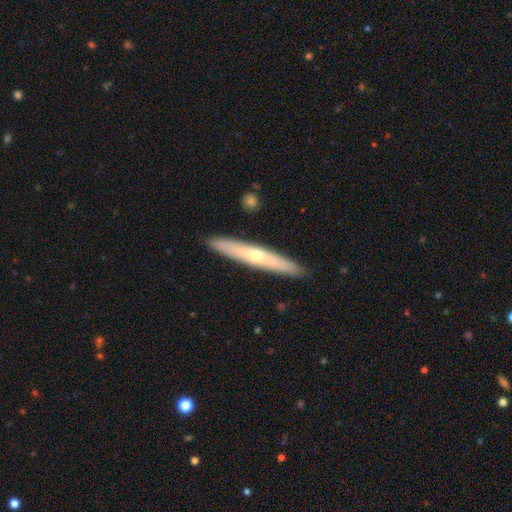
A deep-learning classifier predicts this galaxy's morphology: A featured or disk galaxy (51%) viewed edge-on (88%).

Vote fractions:
- Smooth or featured? featured or disk: 51% / smooth: 43% / star or artifact: 5%
- Edge-on disk? yes: 88% / no: 12%
- Merging? none: 91% / minor disturbance: 7% / major disturbance: 1% / merger: 1%